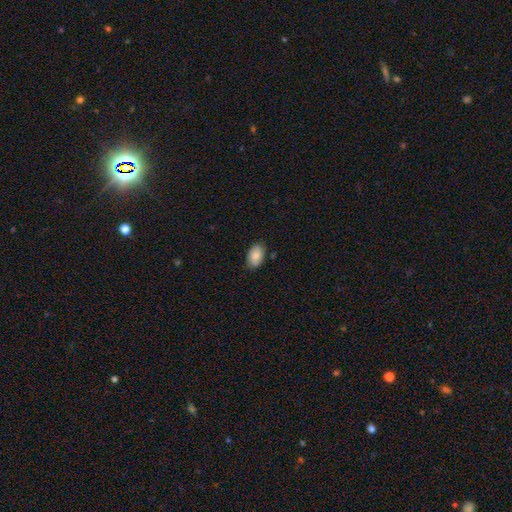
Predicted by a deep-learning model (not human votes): smooth-or-featured: smooth: 80% | featured or disk: 13% | star or artifact: 7%
  how-rounded: in between: 92% | round: 7% | cigar-shaped: 1%
  merging: none: 82% | minor disturbance: 14% | major disturbance: 2% | merger: 1%